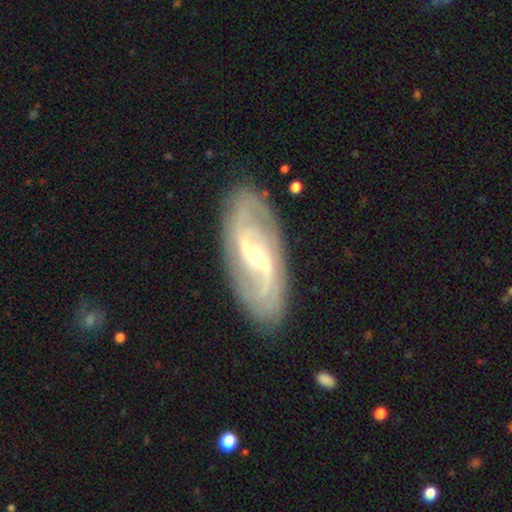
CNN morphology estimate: This is clearly a featured or disk galaxy (86%). It is clearly not viewed edge-on (93%). Bar: possibly weak (47%). Spiral arm pattern: clearly yes (95%). Spiral arm count: likely 2 (67%). Spiral winding: marginally medium (43%). Central bulge: likely small (60%). Merging: clearly none (85%).